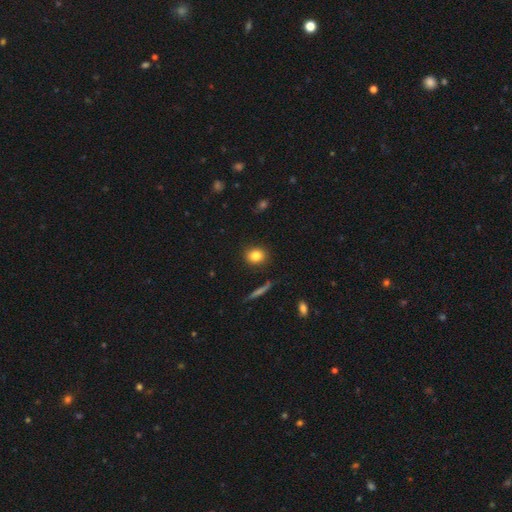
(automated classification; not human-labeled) smooth_or_featured: smooth (p=0.83) [alt: star or artifact p=0.10]
how_rounded: round (p=0.70) [alt: in between p=0.28]
merging: none (p=0.88) [alt: minor disturbance p=0.08]